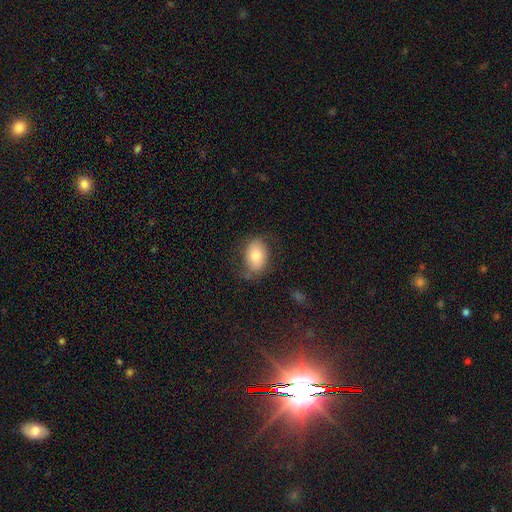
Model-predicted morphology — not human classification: smooth-or-featured: smooth: 75% | featured or disk: 16% | star or artifact: 8%
  how-rounded: in between: 82% | round: 17% | cigar-shaped: 1%
  merging: none: 71% | minor disturbance: 19% | major disturbance: 8% | merger: 2%